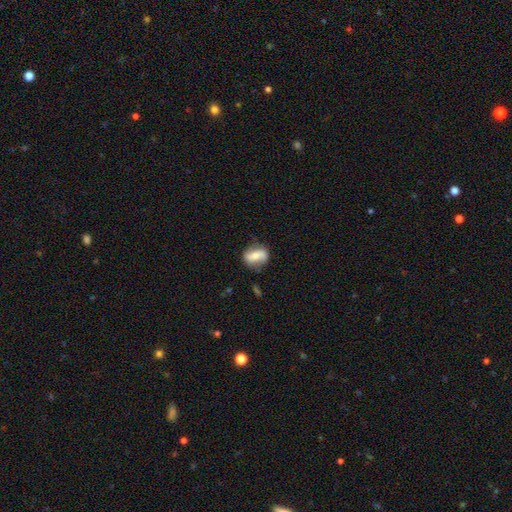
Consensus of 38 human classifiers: A smooth galaxy with no disk features (61%) that is round (57%). Merging: none (76%).